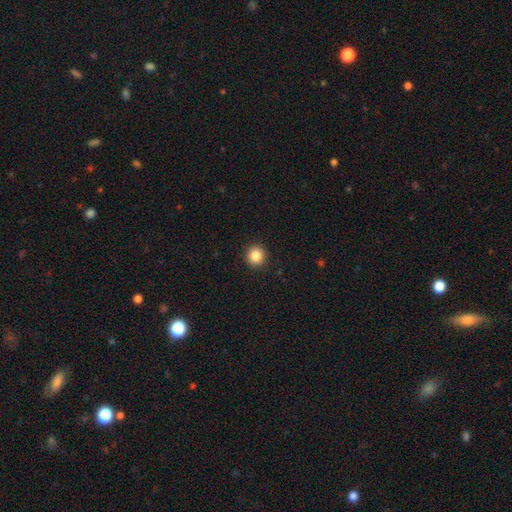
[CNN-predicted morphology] Overall: smooth (86%). How rounded: round (94%). Merging: none (92%).